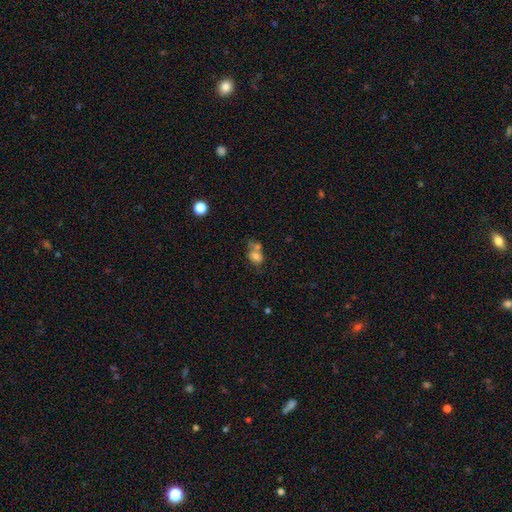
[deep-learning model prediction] Smooth or featured?
  - smooth: 67% *
  - featured or disk: 20%
  - star or artifact: 12%
How rounded?
  - in between: 59% *
  - round: 40%
  - cigar-shaped: 2%
Merging?
  - merger: 43% *
  - none: 30%
  - minor disturbance: 16%
  - major disturbance: 12%